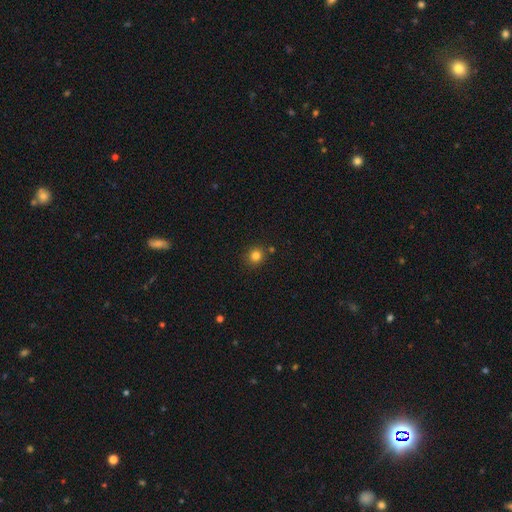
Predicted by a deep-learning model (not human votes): A smooth galaxy with no disk features (82%) that is round (89%). Merging: none (85%).